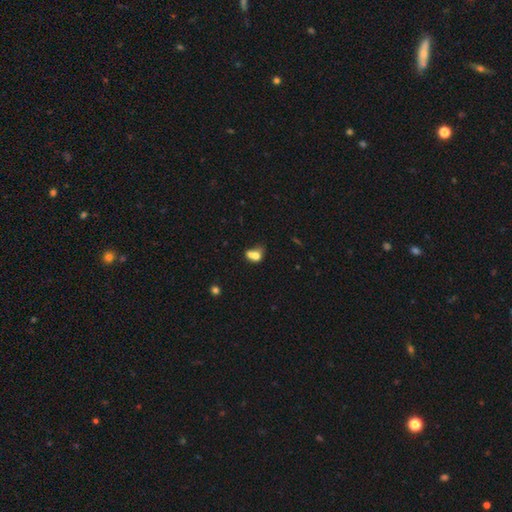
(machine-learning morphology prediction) smooth_or_featured: smooth (p=0.69) [alt: featured or disk p=0.20]
how_rounded: in between (p=0.53) [alt: round p=0.44]
merging: merger (p=0.66) [alt: none p=0.19]